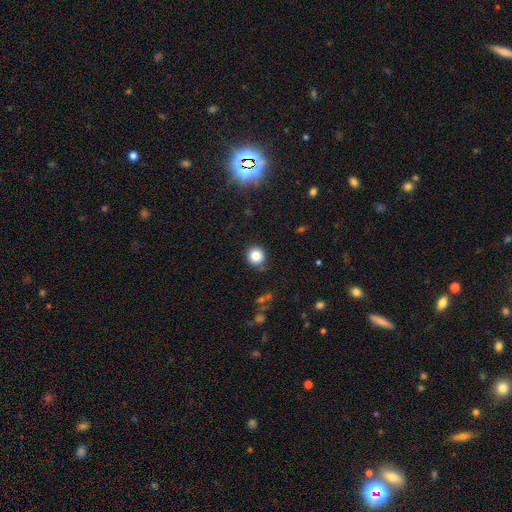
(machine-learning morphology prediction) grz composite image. It shows a smooth galaxy with no disk features (83%) that is round (91%). Merging: none (87%).